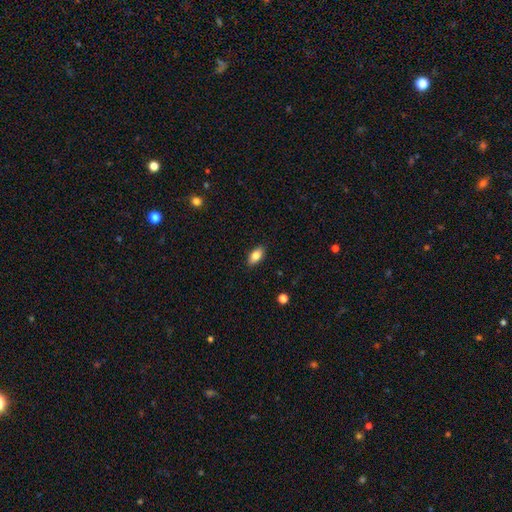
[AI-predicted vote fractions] smooth-or-featured: smooth: 82% | featured or disk: 10% | star or artifact: 7%
  how-rounded: in between: 90% | cigar-shaped: 6% | round: 4%
  merging: none: 89% | minor disturbance: 8% | major disturbance: 2% | merger: 1%